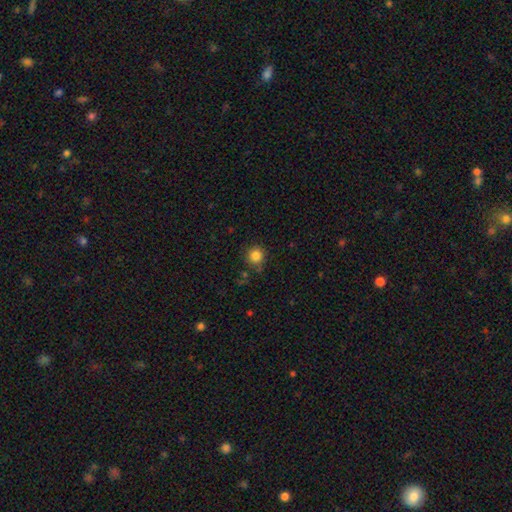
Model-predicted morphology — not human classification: A smooth galaxy with no disk features (84%) that is round (93%). Merging: none (83%).